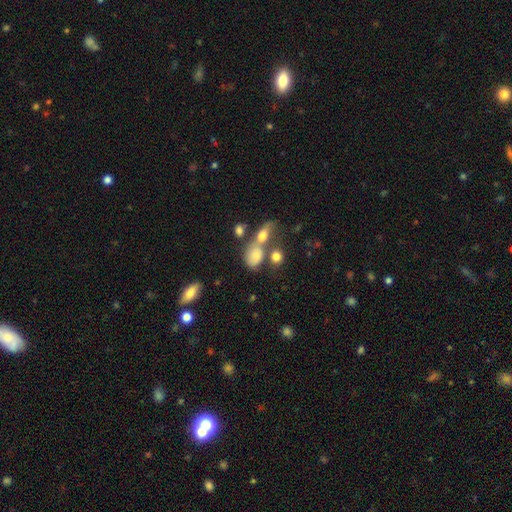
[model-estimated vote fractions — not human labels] smooth-or-featured: smooth: 72% | featured or disk: 18% | star or artifact: 11%
  how-rounded: in between: 69% | round: 28% | cigar-shaped: 3%
  merging: merger: 42% | none: 33% | minor disturbance: 15% | major disturbance: 10%